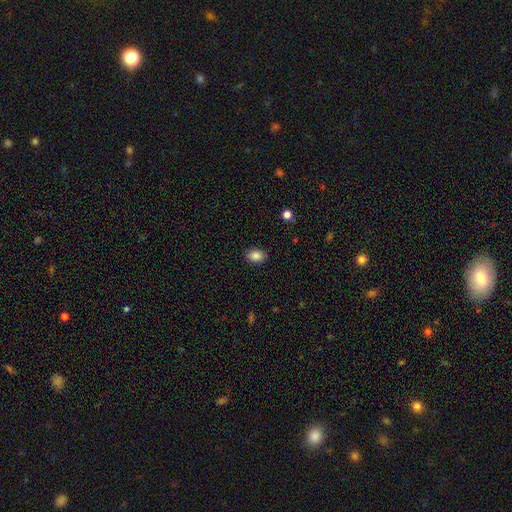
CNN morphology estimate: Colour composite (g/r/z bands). It shows a smooth galaxy with no disk features (86%) that is in between round and cigar-shaped (76%). Merging: none (88%).